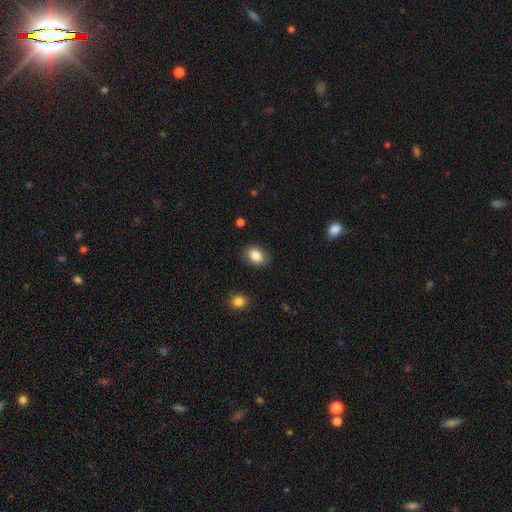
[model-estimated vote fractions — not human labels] Overall: smooth (87%). How rounded: in between (76%). Merging: none (84%).